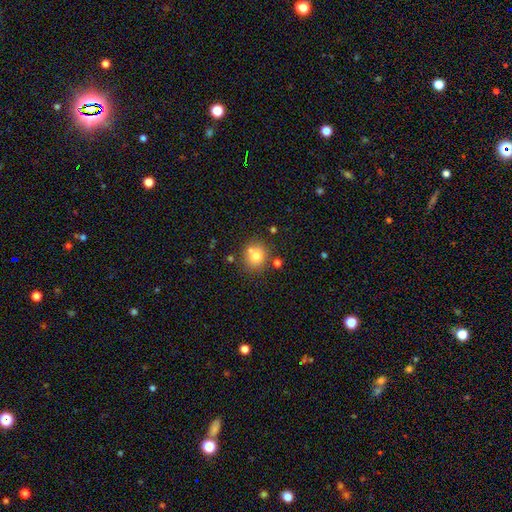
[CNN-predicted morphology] Smooth or featured: smooth — 74% (star or artifact — 13%)
How rounded: round — 86% (in between — 13%)
Merging: none — 71% (merger — 15%)